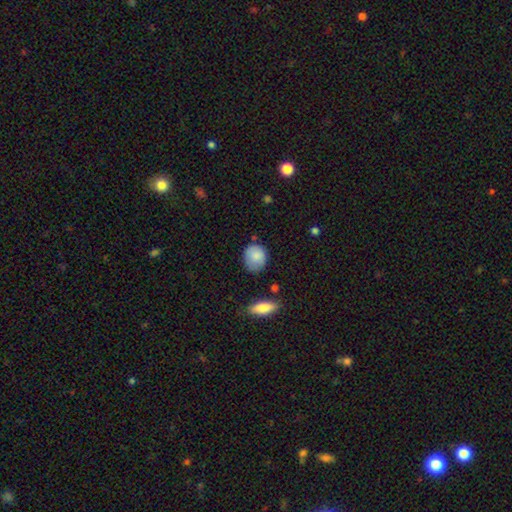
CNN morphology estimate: Overall: smooth (84%). How rounded: round (57%; in between 42%). Merging: none (64%; minor disturbance 28%).